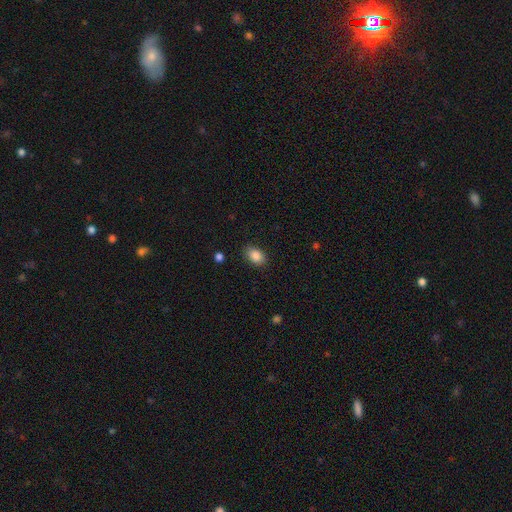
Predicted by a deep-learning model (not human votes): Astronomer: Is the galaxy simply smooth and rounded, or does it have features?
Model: smooth — 87%.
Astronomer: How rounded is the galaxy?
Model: in between — 84%.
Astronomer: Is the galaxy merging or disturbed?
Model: none — 86%.